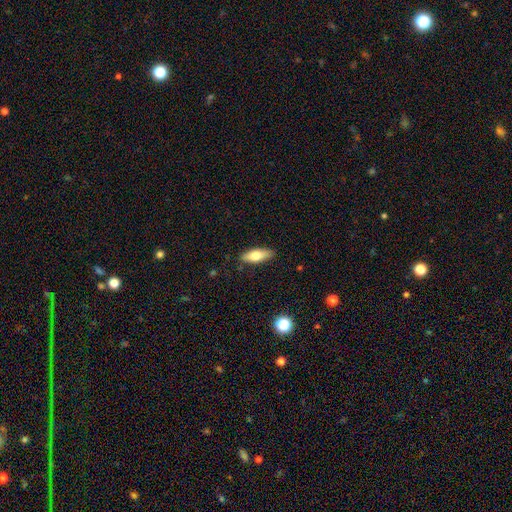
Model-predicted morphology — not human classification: smooth-or-featured: smooth: 70% | featured or disk: 23% | star or artifact: 6%
  how-rounded: in between: 65% | cigar-shaped: 33% | round: 3%
  merging: none: 86% | minor disturbance: 11% | major disturbance: 2% | merger: 1%